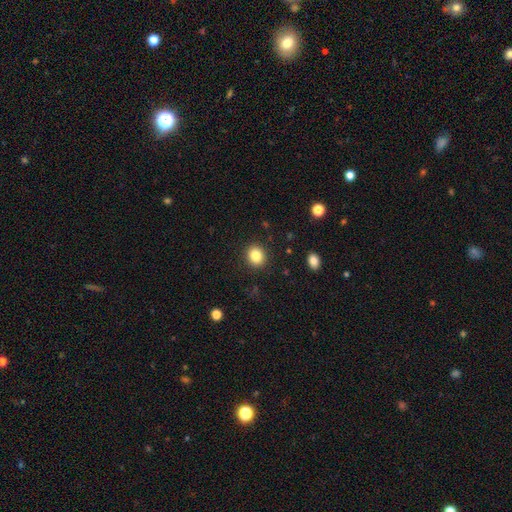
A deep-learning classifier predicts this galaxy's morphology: This appears to be a smooth galaxy with no disk features (84%) that is round (79%). Merging: none (90%).